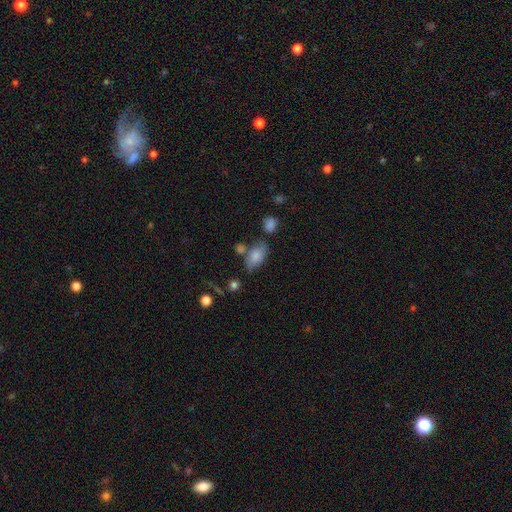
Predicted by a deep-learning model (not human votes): A smooth galaxy with no disk features (80%) that is in between round and cigar-shaped (91%). Merging: none (59%).